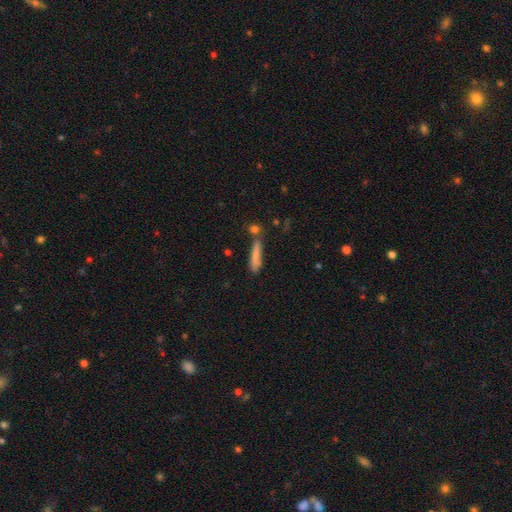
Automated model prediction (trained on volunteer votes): smooth 77%, featured or disk 15%, star or artifact 8%. Down the decision tree: how rounded — cigar-shaped (88%); merging — none (68%).